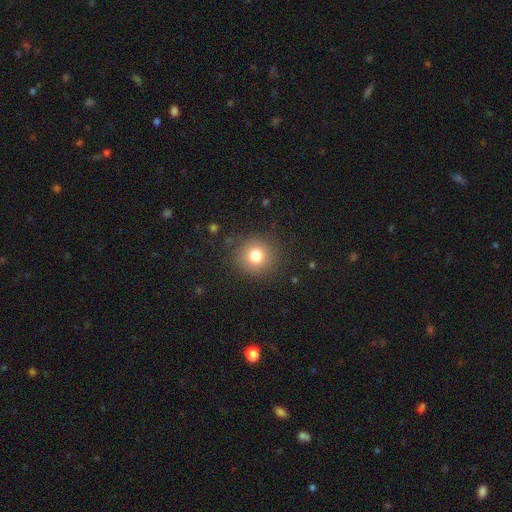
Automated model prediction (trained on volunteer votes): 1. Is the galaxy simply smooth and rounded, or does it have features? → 78% smooth, 13% star or artifact, 9% featured or disk.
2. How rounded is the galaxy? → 92% round, 7% in between, 1% cigar-shaped.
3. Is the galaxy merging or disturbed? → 89% none, 7% minor disturbance, 3% major disturbance, 1% merger.